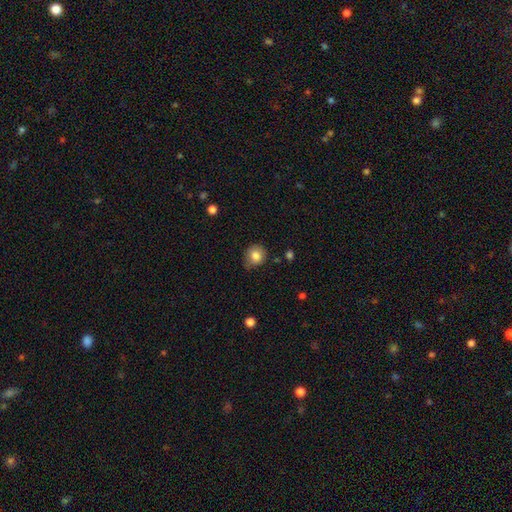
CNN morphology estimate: Smooth or featured?
  - smooth: 82% *
  - star or artifact: 10%
  - featured or disk: 9%
How rounded?
  - round: 81% *
  - in between: 19%
  - cigar-shaped: 1%
Merging?
  - none: 67% *
  - minor disturbance: 26%
  - major disturbance: 5%
  - merger: 2%